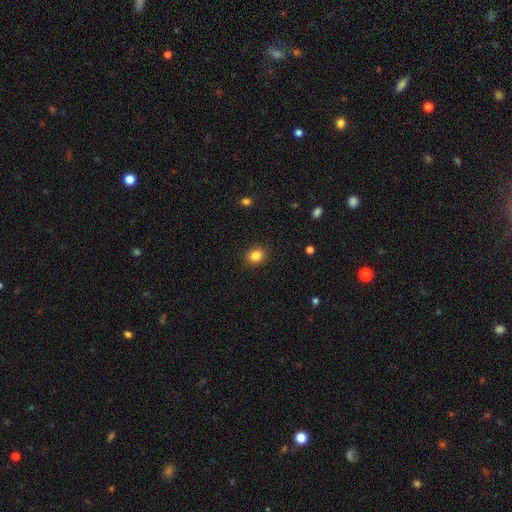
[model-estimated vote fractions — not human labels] The model was most divided on "how rounded": round: 59%, in between: 40%, cigar-shaped: 1%. More confident: merging — none (89%); smooth or featured — smooth (85%).